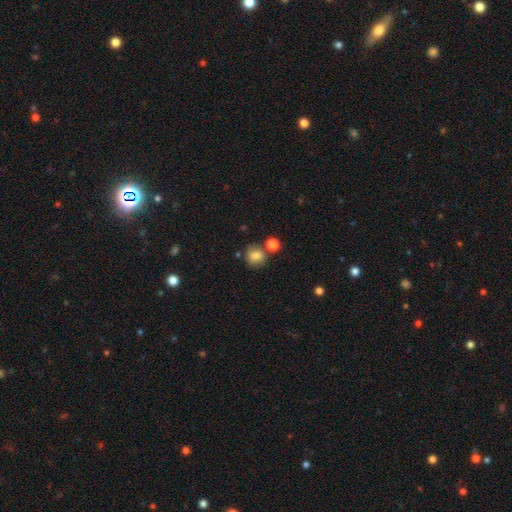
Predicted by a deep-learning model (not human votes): This is clearly a smooth galaxy (82%). How rounded: clearly round (84%). Merging: likely none (69%).